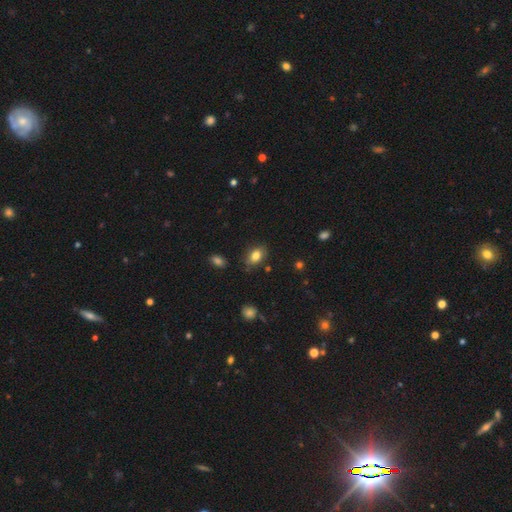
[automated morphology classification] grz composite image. It shows a smooth galaxy with no disk features (82%) that is in between round and cigar-shaped (85%). Merging: none (80%).